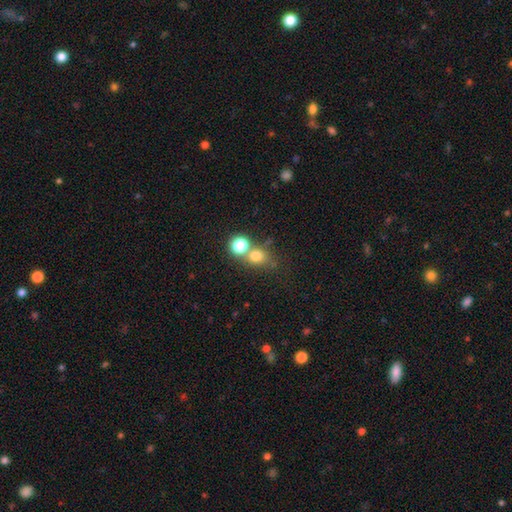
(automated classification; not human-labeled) smooth-or-featured: smooth: 74% | star or artifact: 15% | featured or disk: 11%
  how-rounded: round: 76% | in between: 23% | cigar-shaped: 1%
  merging: none: 46% | merger: 42% | minor disturbance: 8% | major disturbance: 4%